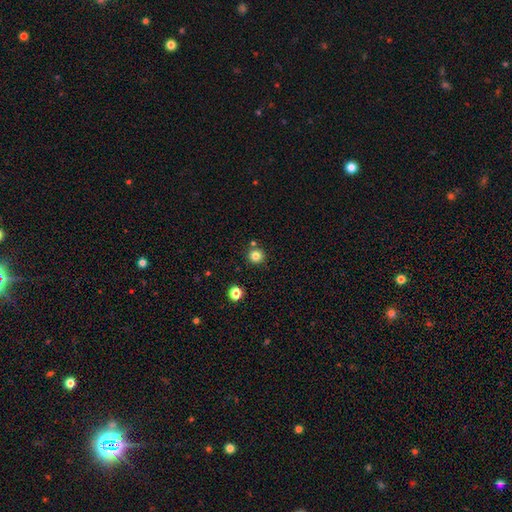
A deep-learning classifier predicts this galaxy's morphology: Smooth or featured: smooth — 82% (star or artifact — 13%)
How rounded: round — 94% (in between — 5%)
Merging: none — 84% (minor disturbance — 7%)